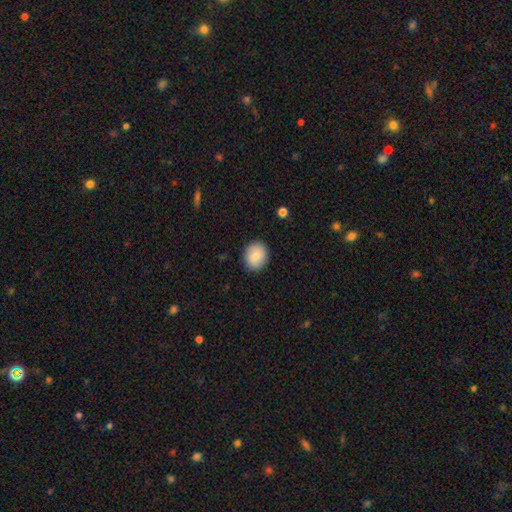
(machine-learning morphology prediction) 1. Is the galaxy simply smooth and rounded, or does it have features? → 82% smooth, 10% featured or disk, 7% star or artifact.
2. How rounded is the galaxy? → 61% round, 38% in between, 1% cigar-shaped.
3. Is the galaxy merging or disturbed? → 88% none, 9% minor disturbance, 2% major disturbance, 1% merger.